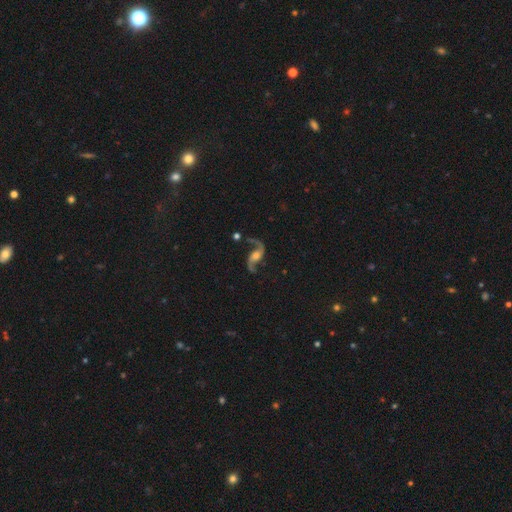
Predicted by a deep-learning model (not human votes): A featured or disk galaxy (90%) with no bar (55%), 2 (93%) loose (81%) spiral arms (97%) and a moderate central bulge (48%). Merging: none (72%).